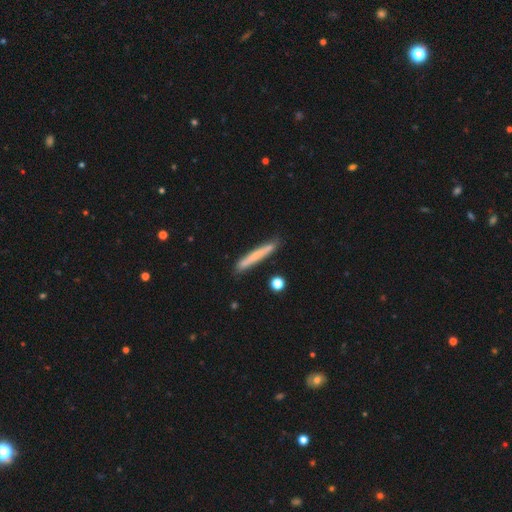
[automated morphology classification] This is likely a smooth galaxy (66%). How rounded: clearly cigar-shaped (96%). Merging: clearly none (85%).